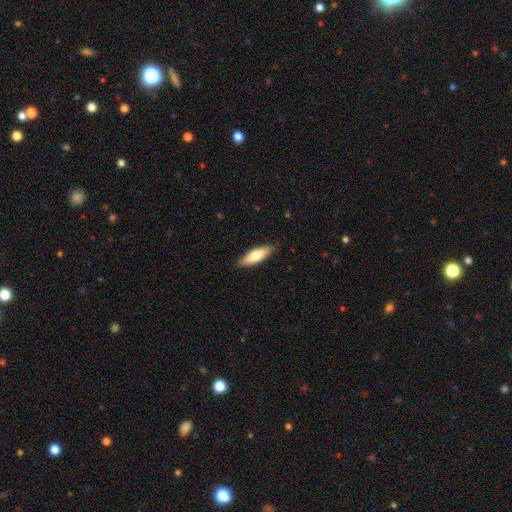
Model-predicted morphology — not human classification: smooth-or-featured: smooth: 73% | featured or disk: 22% | star or artifact: 6%
  how-rounded: in between: 52% | cigar-shaped: 46% | round: 2%
  merging: none: 88% | minor disturbance: 10% | major disturbance: 2% | merger: 1%